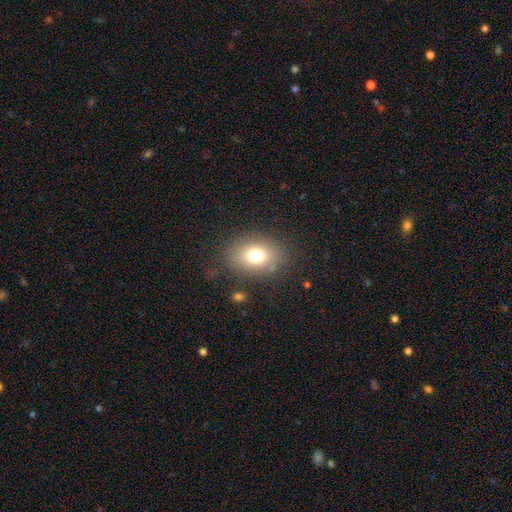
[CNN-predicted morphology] Smooth or featured? smooth (75%)
How rounded? in between (66%)
Merging? none (81%)